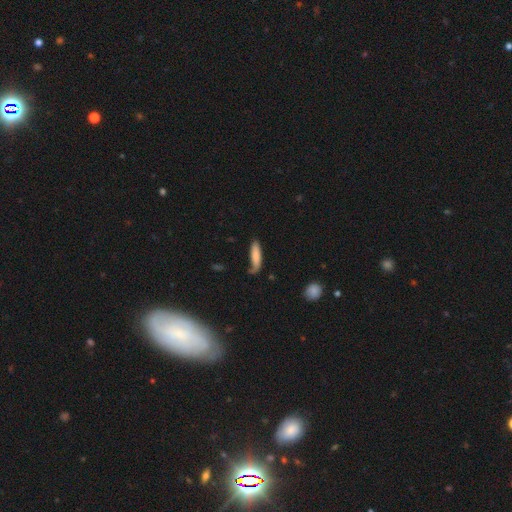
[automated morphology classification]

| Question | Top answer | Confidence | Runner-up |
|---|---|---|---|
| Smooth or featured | smooth | 78% | featured or disk (16%) |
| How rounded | cigar-shaped | 66% | in between (32%) |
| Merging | none | 51% | minor disturbance (29%) |